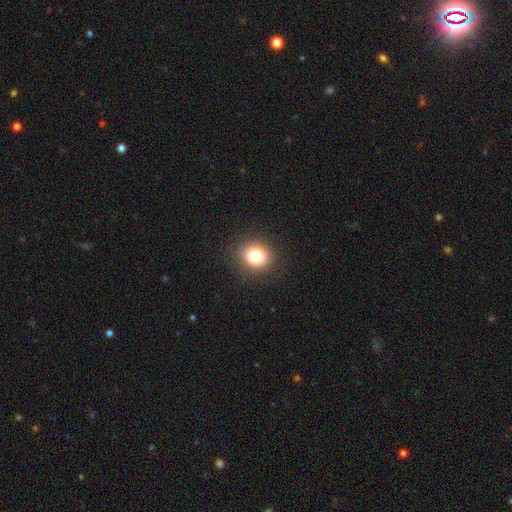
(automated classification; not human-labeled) Smooth or featured?
  - smooth: 79% *
  - star or artifact: 11%
  - featured or disk: 10%
How rounded?
  - round: 78% *
  - in between: 21%
  - cigar-shaped: 1%
Merging?
  - none: 89% *
  - minor disturbance: 8%
  - major disturbance: 3%
  - merger: 1%